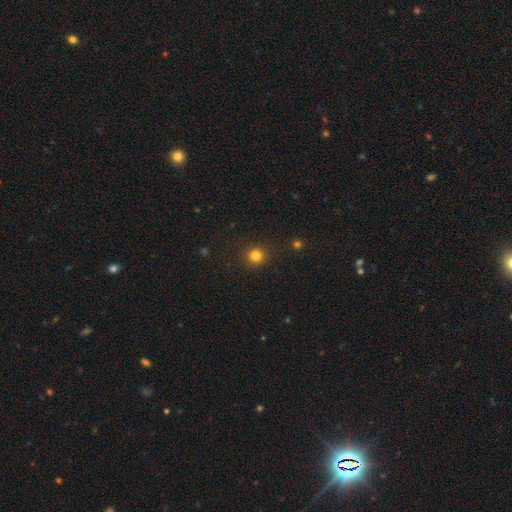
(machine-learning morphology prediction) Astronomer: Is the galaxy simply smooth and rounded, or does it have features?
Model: smooth — 81%.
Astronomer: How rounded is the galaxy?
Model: round — 93%.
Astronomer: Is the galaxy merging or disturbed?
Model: none — 91%.